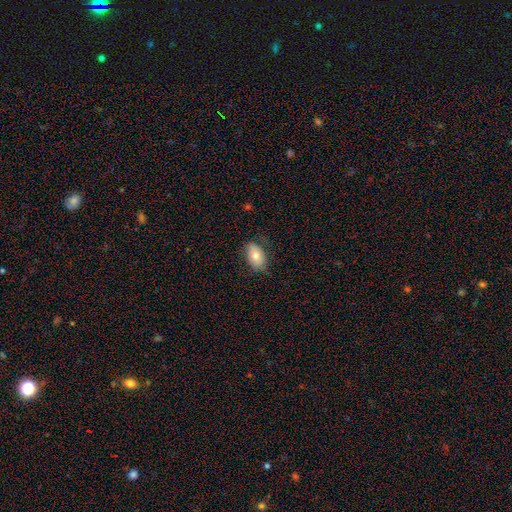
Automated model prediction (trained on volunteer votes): Overall: smooth (74%). How rounded: in between (90%). Merging: none (75%).